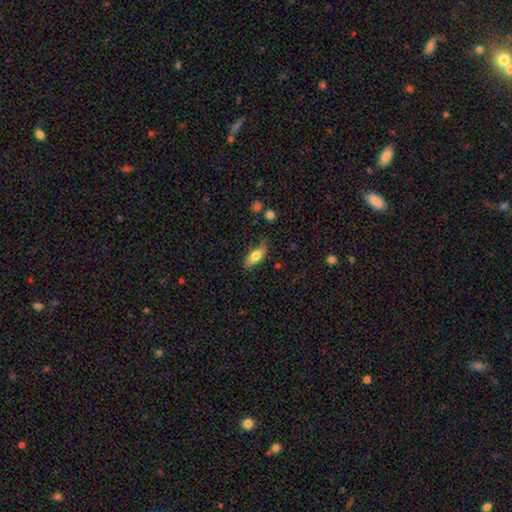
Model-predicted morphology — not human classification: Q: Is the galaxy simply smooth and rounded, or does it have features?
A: smooth — 76%.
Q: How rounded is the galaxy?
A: in between — 73%.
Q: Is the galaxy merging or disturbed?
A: none — 69%.